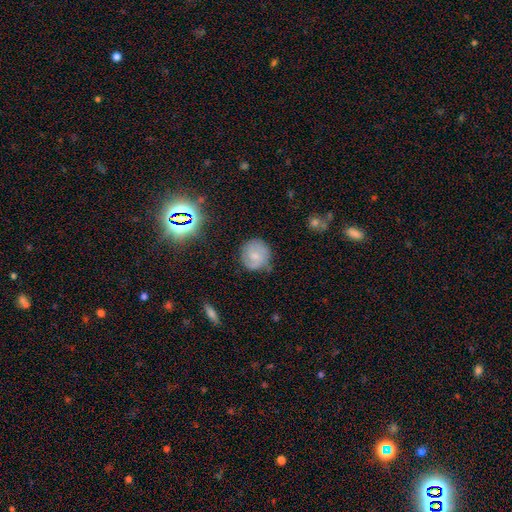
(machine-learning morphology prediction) Q: Smooth or featured?
A: smooth (57%); runner-up: featured or disk (34%)
Q: How rounded?
A: round (89%); runner-up: in between (10%)
Q: Merging?
A: none (71%); runner-up: minor disturbance (21%)